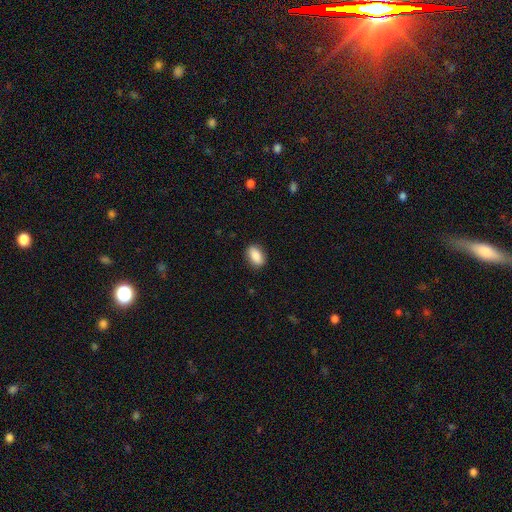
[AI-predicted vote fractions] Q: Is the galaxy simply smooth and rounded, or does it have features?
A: smooth — 87%.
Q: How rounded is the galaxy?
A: in between — 88%.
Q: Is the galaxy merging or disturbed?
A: none — 87%.